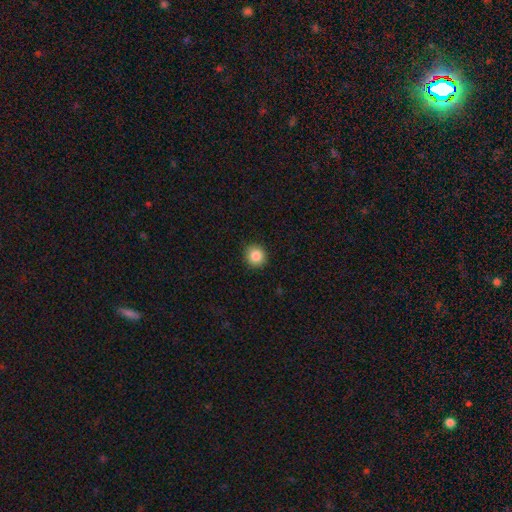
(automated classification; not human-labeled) A smooth galaxy with no disk features (86%) that is round (92%).

Vote fractions:
- Smooth or featured? smooth: 86% / star or artifact: 9% / featured or disk: 5%
- How rounded? round: 92% / in between: 7% / cigar-shaped: 1%
- Merging? none: 91% / minor disturbance: 6% / major disturbance: 2% / merger: 1%